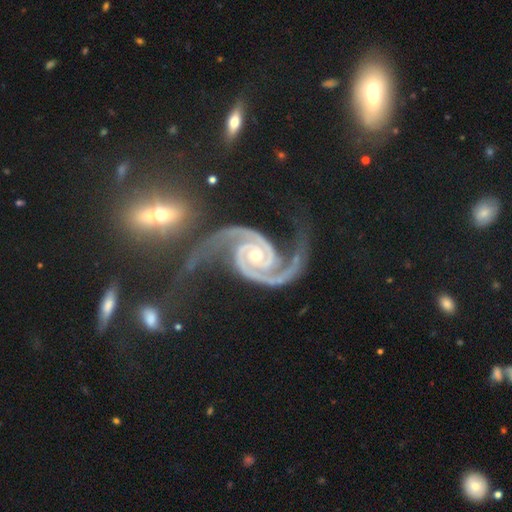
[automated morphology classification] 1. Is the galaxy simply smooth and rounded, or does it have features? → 95% featured or disk, 3% star or artifact, 2% smooth.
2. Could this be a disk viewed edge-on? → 98% no, 2% yes.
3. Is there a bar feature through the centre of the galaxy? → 64% no, 24% weak, 13% strong.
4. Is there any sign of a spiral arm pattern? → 99% yes, 1% no.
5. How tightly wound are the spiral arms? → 50% medium, 38% tight, 12% loose.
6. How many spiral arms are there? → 93% 2, 2% 3, 1% can't tell, 1% 1, 1% 4, 1% more than 4.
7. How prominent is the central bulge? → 50% moderate, 45% small, 2% large, 1% none, 1% dominant.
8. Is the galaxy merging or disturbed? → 52% none, 20% minor disturbance, 15% major disturbance, 12% merger.